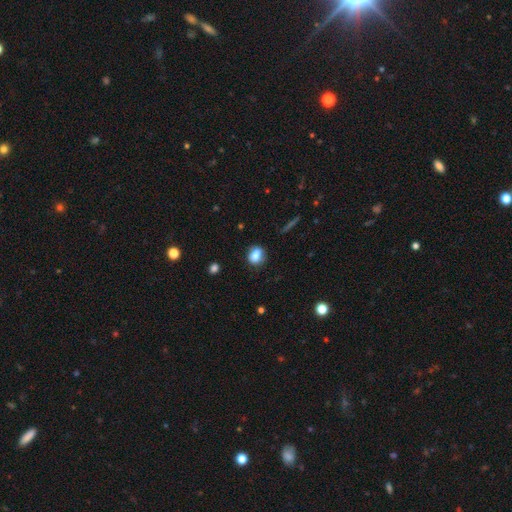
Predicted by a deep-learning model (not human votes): Smooth or featured: smooth — 81% (featured or disk — 9%)
How rounded: round — 51% (in between — 47%)
Merging: none — 76% (minor disturbance — 17%)